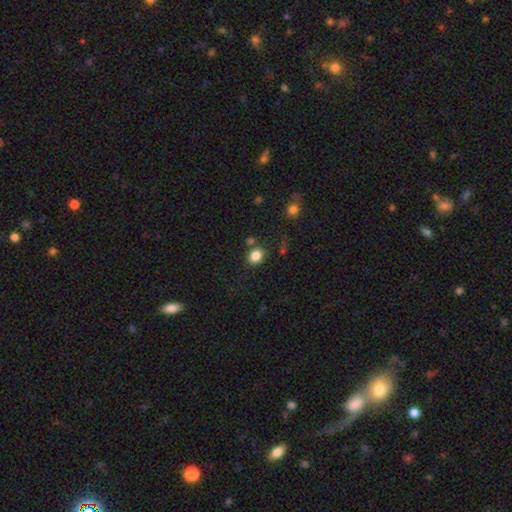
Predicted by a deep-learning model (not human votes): Smooth or featured?
  - smooth: 84% *
  - star or artifact: 11%
  - featured or disk: 5%
How rounded?
  - round: 50% *
  - in between: 49%
  - cigar-shaped: 1%
Merging?
  - none: 74% *
  - minor disturbance: 12%
  - merger: 9%
  - major disturbance: 4%